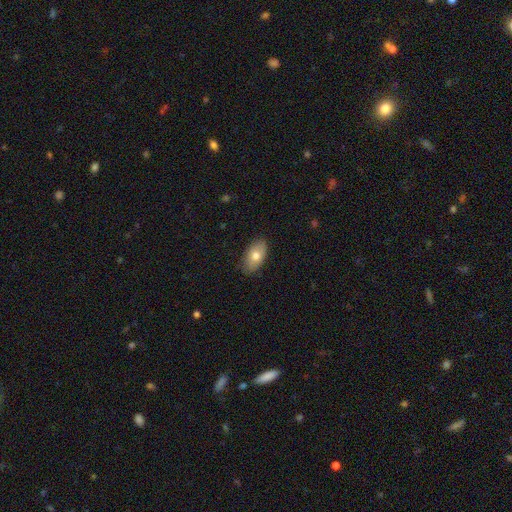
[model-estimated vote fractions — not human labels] Smooth or featured? Predicted: smooth (p=0.74). How rounded? Predicted: in between (p=0.93). Merging? Predicted: none (p=0.84).